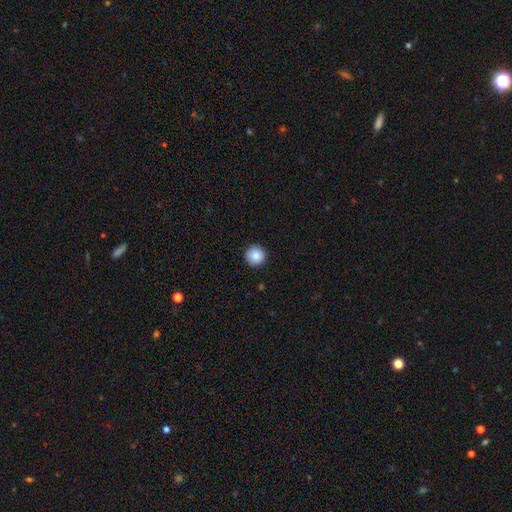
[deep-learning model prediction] The model was most divided on "smooth or featured": smooth: 87%, star or artifact: 8%, featured or disk: 5%. More confident: how rounded — round (97%); merging — none (93%).